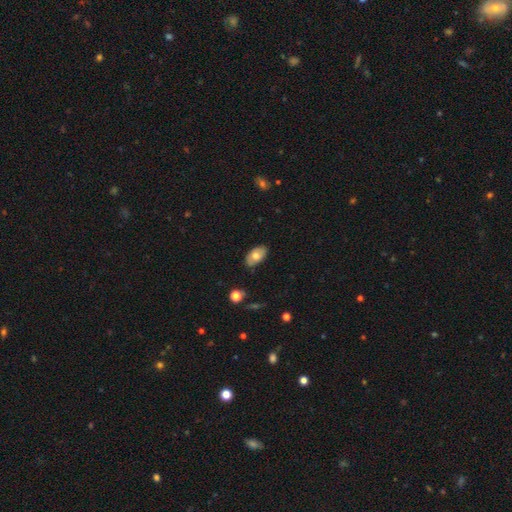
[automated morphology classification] Smooth or featured? Predicted: smooth (p=0.68). How rounded? Predicted: in between (p=0.94). Merging? Predicted: none (p=0.79).